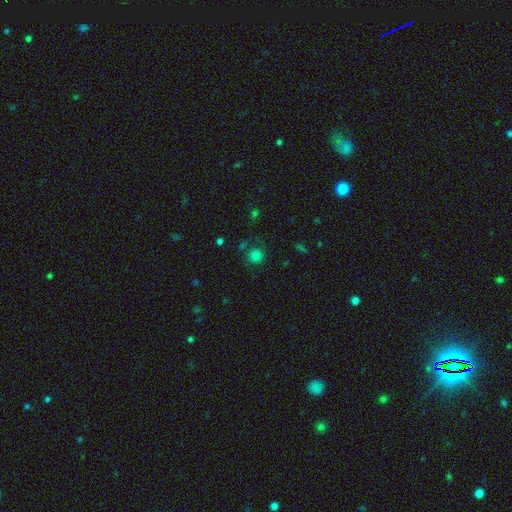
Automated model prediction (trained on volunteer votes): smooth-or-featured: smooth: 79% | star or artifact: 16% | featured or disk: 5%
  how-rounded: round: 91% | in between: 8% | cigar-shaped: 1%
  merging: none: 78% | minor disturbance: 12% | major disturbance: 5% | merger: 5%